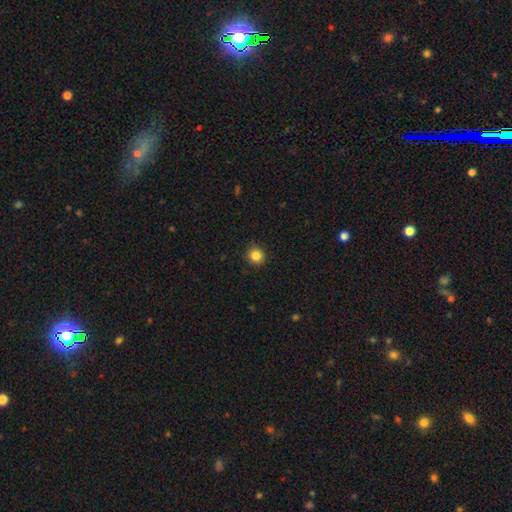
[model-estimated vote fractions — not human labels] This appears to be a smooth galaxy with no disk features (85%) that is round (93%). Merging: none (90%).